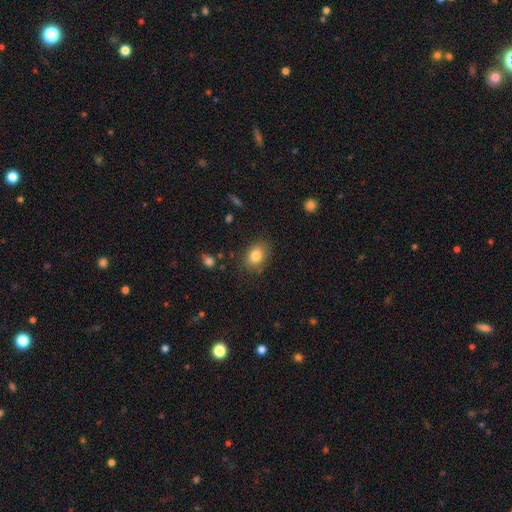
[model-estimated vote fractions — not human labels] Overall: smooth (82%). How rounded: in between (62%; round 37%). Merging: none (82%).